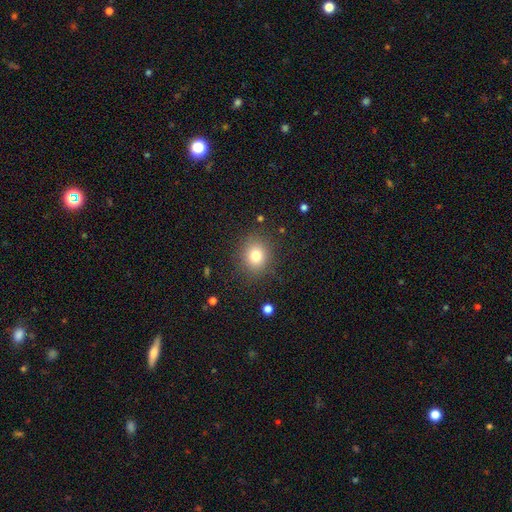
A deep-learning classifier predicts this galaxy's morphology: This appears to be a smooth galaxy with no disk features (78%) that is round (76%). Merging: none (86%).